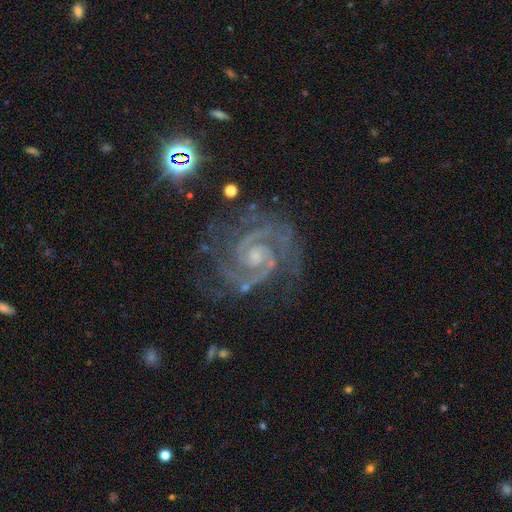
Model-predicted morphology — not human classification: Overall: featured or disk (90%). Edge-on disk: no (98%). Bar: no (46%; weak 42%). Spiral arms: yes (99%). Spiral arm count: 2 (79%). Spiral winding: tight (56%; medium 39%). Bulge size: small (58%; moderate 31%). Merging: none (74%).